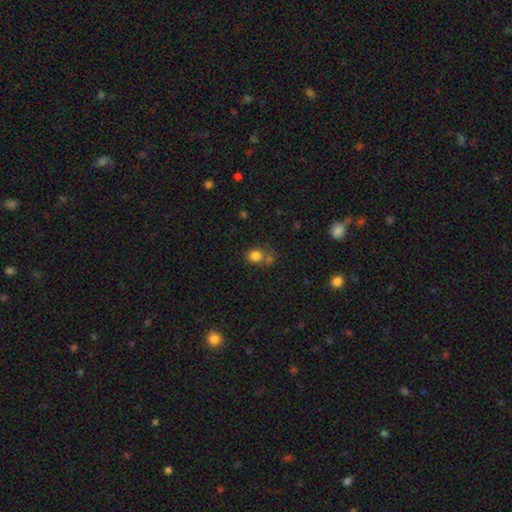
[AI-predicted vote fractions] The model was most divided on "merging": none: 52%, merger: 26%, minor disturbance: 14%, major disturbance: 7%. More confident: smooth or featured — smooth (80%); how rounded — round (76%).